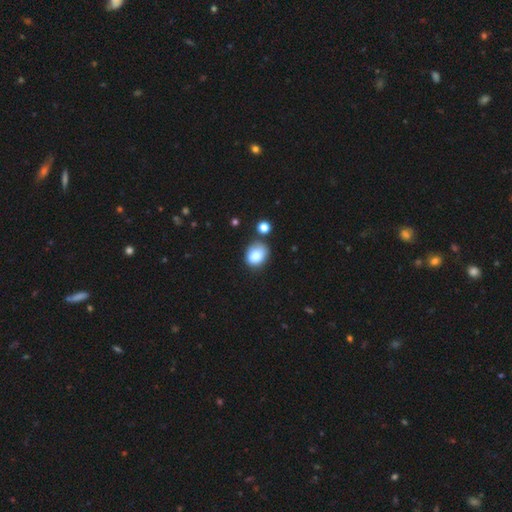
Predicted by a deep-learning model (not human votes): Smooth or featured?
  - smooth: 81% *
  - star or artifact: 10%
  - featured or disk: 9%
How rounded?
  - round: 51% *
  - in between: 48%
  - cigar-shaped: 1%
Merging?
  - none: 59% *
  - minor disturbance: 22%
  - merger: 12%
  - major disturbance: 7%